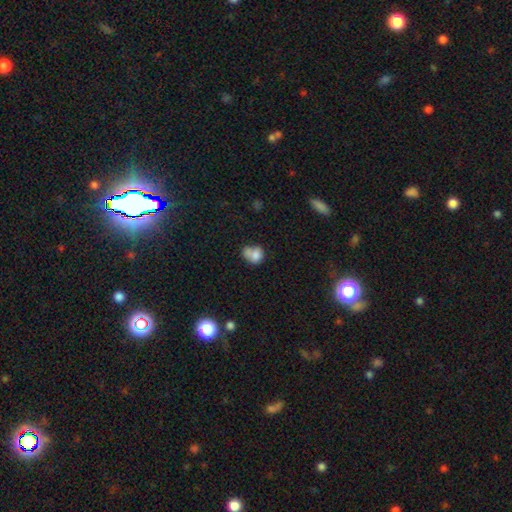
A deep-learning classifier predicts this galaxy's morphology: Smooth or featured?
  - smooth: 76% *
  - featured or disk: 14%
  - star or artifact: 11%
How rounded?
  - round: 56% *
  - in between: 43%
  - cigar-shaped: 1%
Merging?
  - merger: 39% *
  - none: 31%
  - minor disturbance: 19%
  - major disturbance: 10%